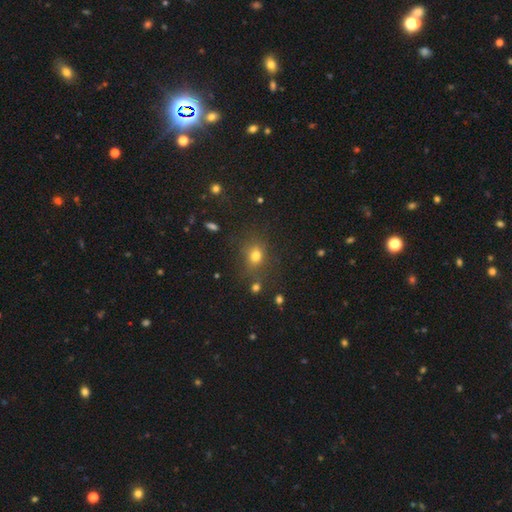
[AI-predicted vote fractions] Morphology: type=smooth (73%); roundness=round (52%); merging=none (69%).